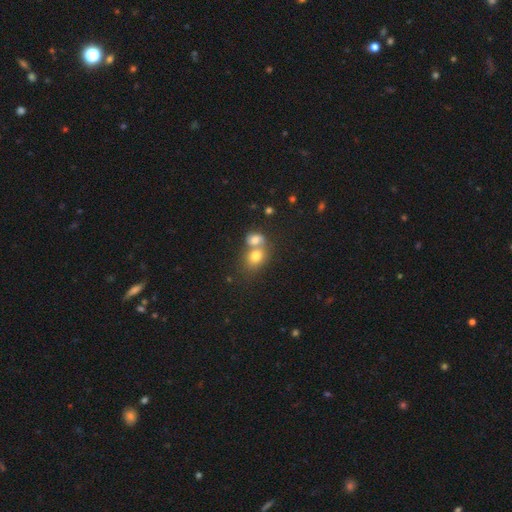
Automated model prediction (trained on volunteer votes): Smooth or featured? Predicted: smooth (p=0.74). How rounded? Predicted: round (p=0.51). Merging? Predicted: merger (p=0.63).